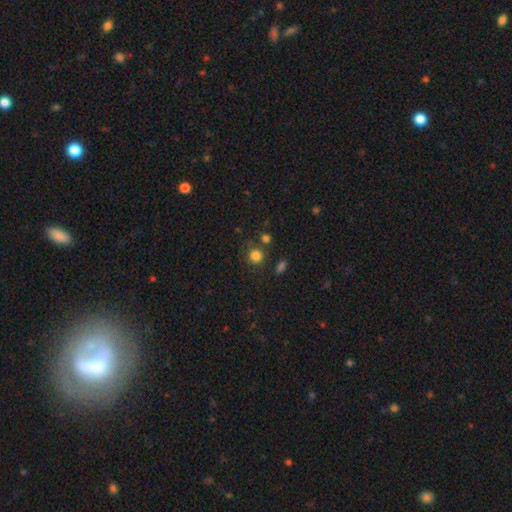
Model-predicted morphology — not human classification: type=smooth (83%); roundness=round (89%); merging=none (77%).